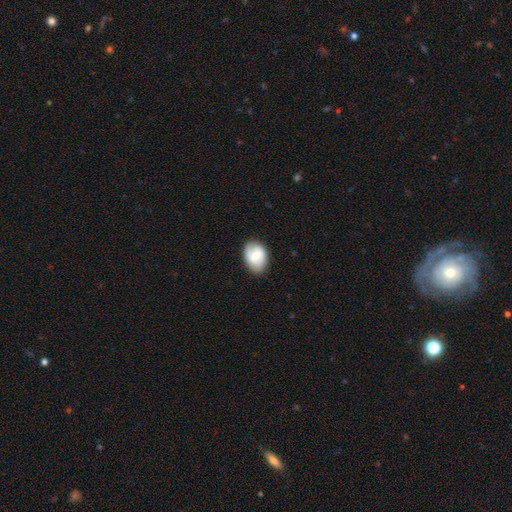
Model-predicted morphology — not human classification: A smooth galaxy with no disk features (68%) that is in between round and cigar-shaped (79%).

Vote fractions:
- Smooth or featured? smooth: 68% / featured or disk: 26% / star or artifact: 7%
- How rounded? in between: 79% / round: 20% / cigar-shaped: 1%
- Merging? none: 77% / minor disturbance: 18% / major disturbance: 4% / merger: 1%